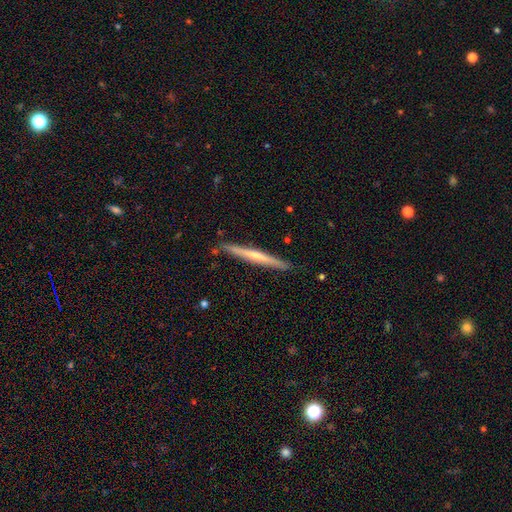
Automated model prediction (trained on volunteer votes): Overall: featured or disk (53%; smooth 41%). Edge-on disk: yes (97%). Edge-on bulge: none (61%; rounded 31%). Merging: none (88%).